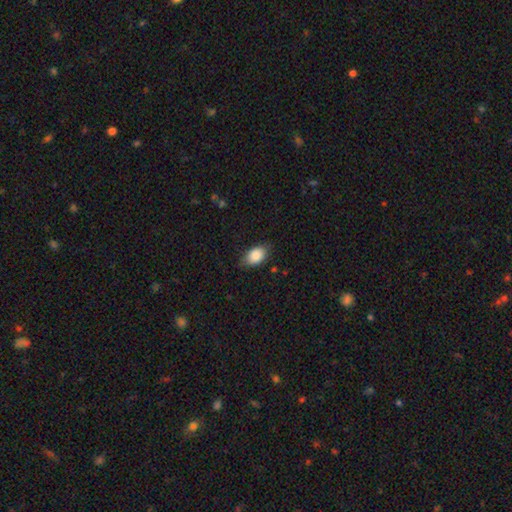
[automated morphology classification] smooth_or_featured: smooth (p=0.86) [alt: star or artifact p=0.07]
how_rounded: in between (p=0.87) [alt: round p=0.11]
merging: none (p=0.77) [alt: minor disturbance p=0.19]